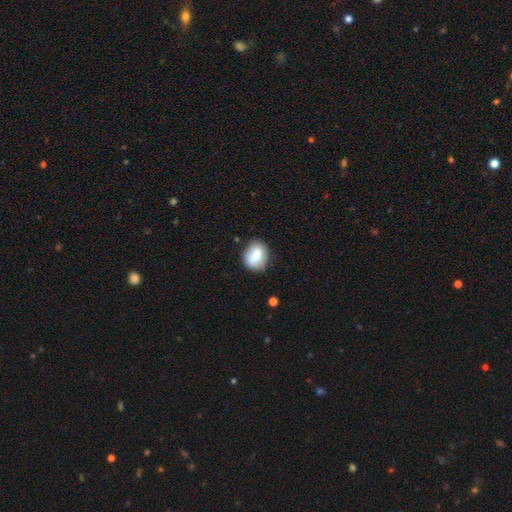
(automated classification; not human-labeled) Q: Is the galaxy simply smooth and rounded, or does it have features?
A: smooth — 73%.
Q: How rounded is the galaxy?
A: in between — 55%.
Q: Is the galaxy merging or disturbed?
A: none — 78%.